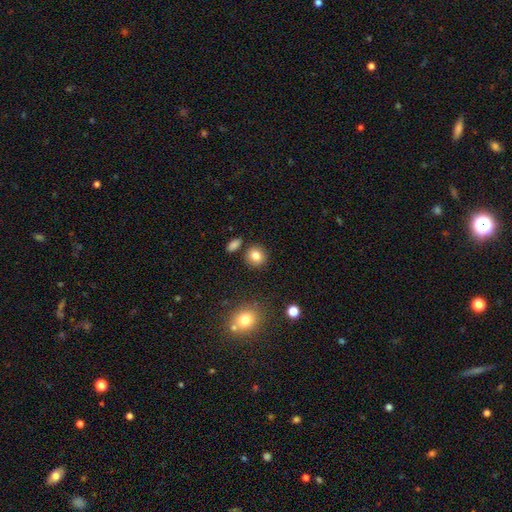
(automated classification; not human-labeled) A smooth galaxy with no disk features (83%) that is round (80%).

Vote fractions:
- Smooth or featured? smooth: 83% / star or artifact: 10% / featured or disk: 7%
- How rounded? round: 80% / in between: 19% / cigar-shaped: 1%
- Merging? none: 84% / minor disturbance: 8% / merger: 5% / major disturbance: 3%